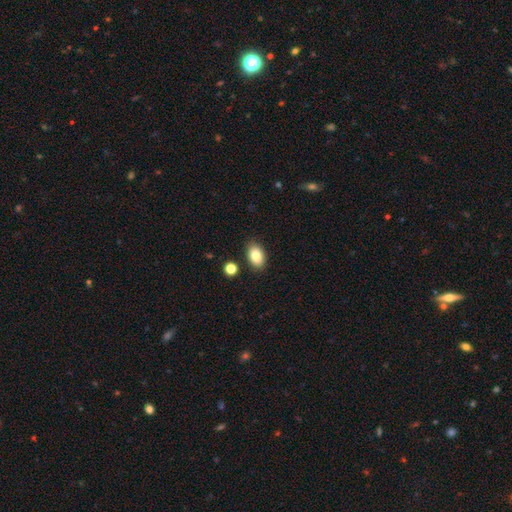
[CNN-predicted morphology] Smooth or featured: smooth — 85% (star or artifact — 8%)
How rounded: in between — 89% (round — 10%)
Merging: none — 86% (minor disturbance — 9%)